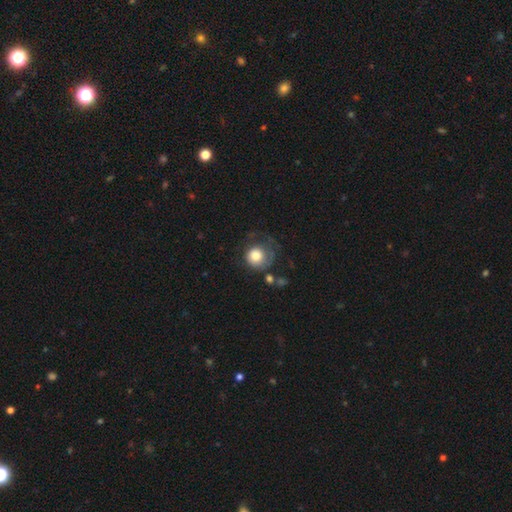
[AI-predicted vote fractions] Q: Smooth or featured?
A: smooth (75%); runner-up: featured or disk (17%)
Q: How rounded?
A: round (88%); runner-up: in between (11%)
Q: Merging?
A: none (41%); runner-up: major disturbance (29%)